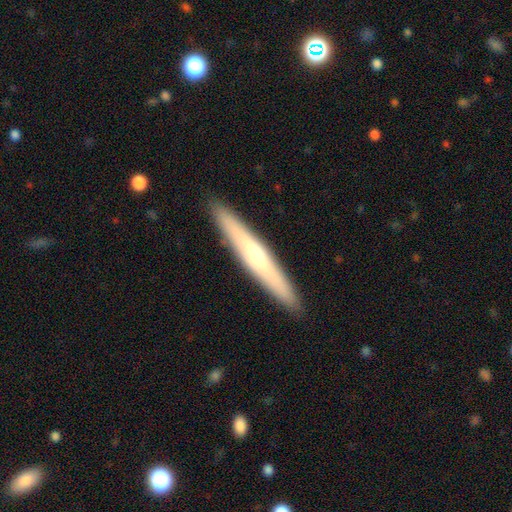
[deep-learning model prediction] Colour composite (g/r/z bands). It shows a featured or disk galaxy (47%, tied with smooth). Merging: none (91%).